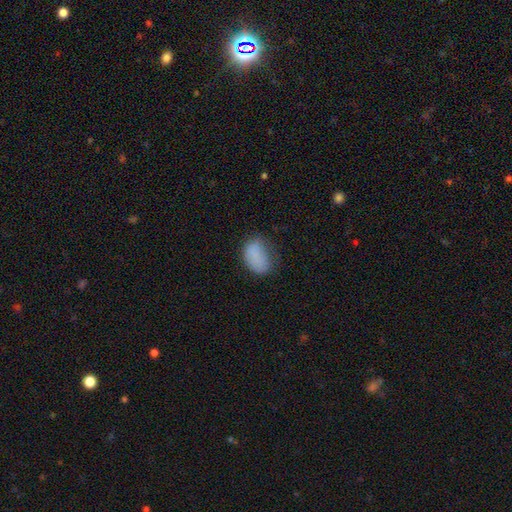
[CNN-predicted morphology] A smooth galaxy with no disk features (82%) that is in between round and cigar-shaped (84%). Merging: none (50%).